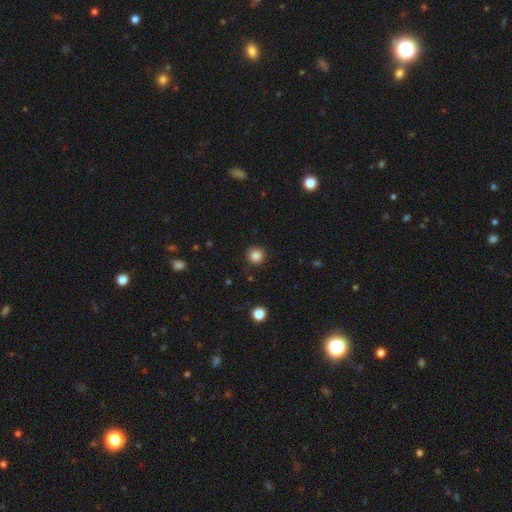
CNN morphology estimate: Smooth or featured: smooth — 85% (star or artifact — 12%)
How rounded: round — 95% (in between — 4%)
Merging: none — 91% (minor disturbance — 6%)